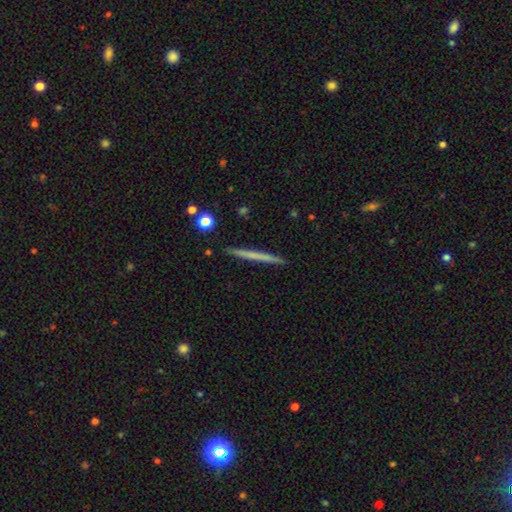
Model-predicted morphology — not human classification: type=smooth (51%); roundness=cigar-shaped (97%); merging=none (92%).